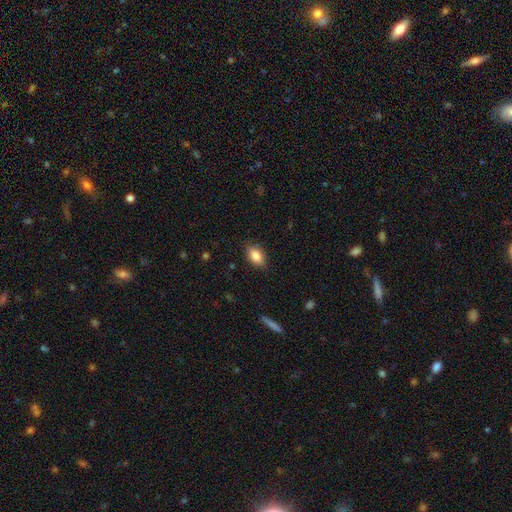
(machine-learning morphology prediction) This is clearly a smooth galaxy (84%). How rounded: clearly in between (87%). Merging: clearly none (83%).